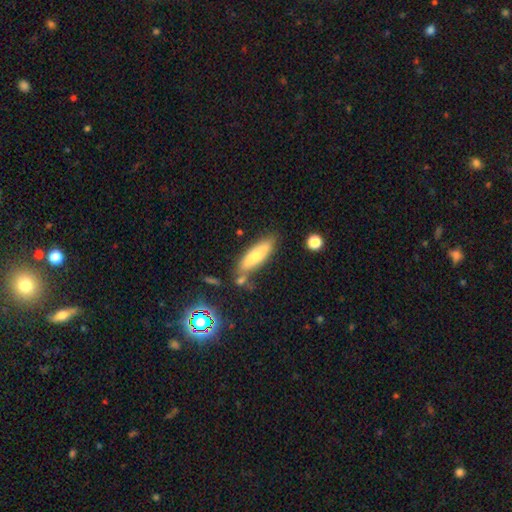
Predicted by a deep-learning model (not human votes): Q: Smooth or featured?
A: smooth (65%); runner-up: featured or disk (27%)
Q: How rounded?
A: cigar-shaped (49%); runner-up: in between (48%)
Q: Merging?
A: none (66%); runner-up: minor disturbance (18%)